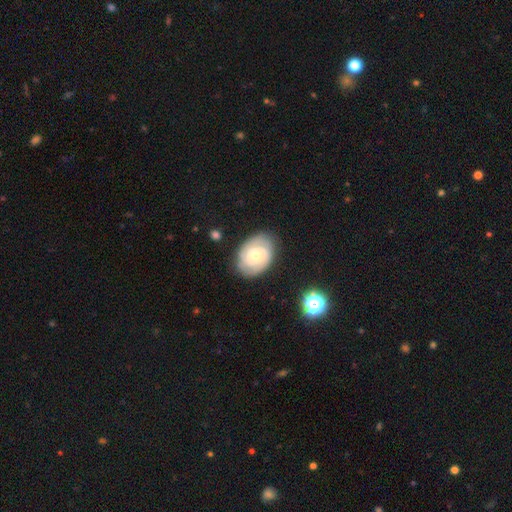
Smooth or featured? featured or disk (78%)
Edge-on disk? no (97%)
Bar? no (71%)
Spiral arms? yes (96%)
Spiral winding? tight (63%)
Spiral arm count? 2 (70%)
Bulge size? moderate (50%)
Merging? none (86%)